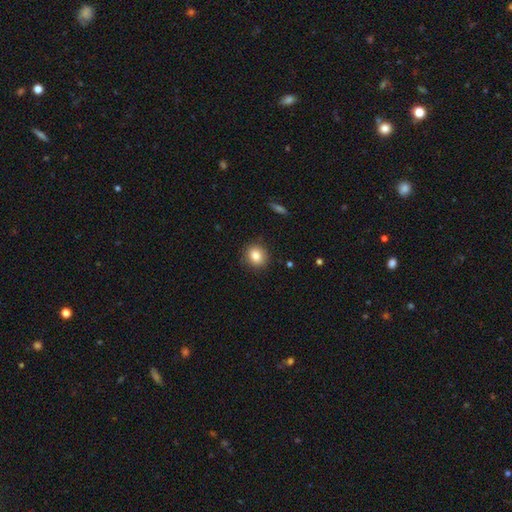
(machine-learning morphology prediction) smooth 84%, star or artifact 9%, featured or disk 7%. Down the decision tree: how rounded — round (76%); merging — none (89%).